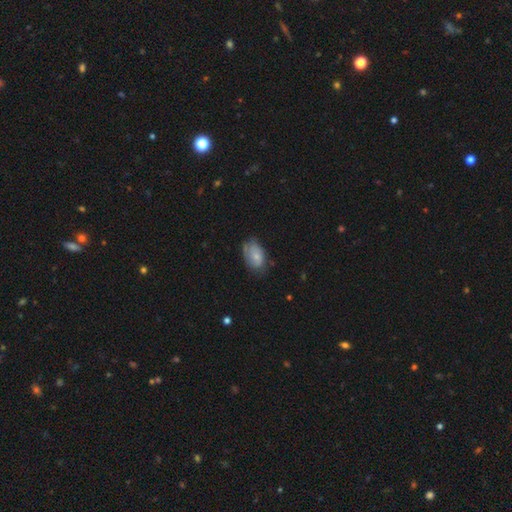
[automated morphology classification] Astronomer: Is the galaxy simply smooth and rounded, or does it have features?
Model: smooth — 62%.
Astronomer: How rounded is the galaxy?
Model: in between — 88%.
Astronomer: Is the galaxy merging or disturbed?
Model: none — 57%.